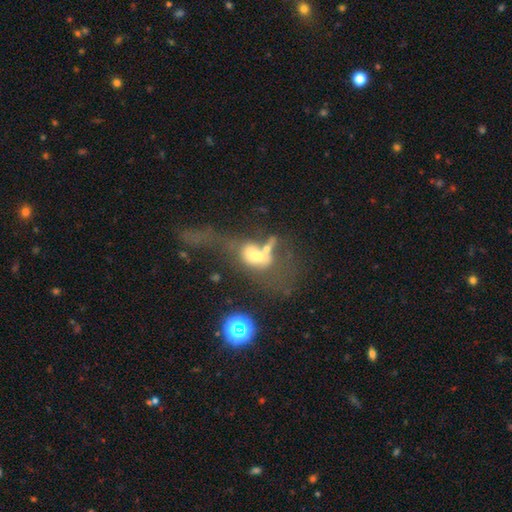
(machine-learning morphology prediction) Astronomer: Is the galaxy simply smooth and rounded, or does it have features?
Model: featured or disk — 48% (runner-up: smooth, 32%).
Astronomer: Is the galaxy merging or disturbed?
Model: merger — 39% (runner-up: major disturbance, 38%).